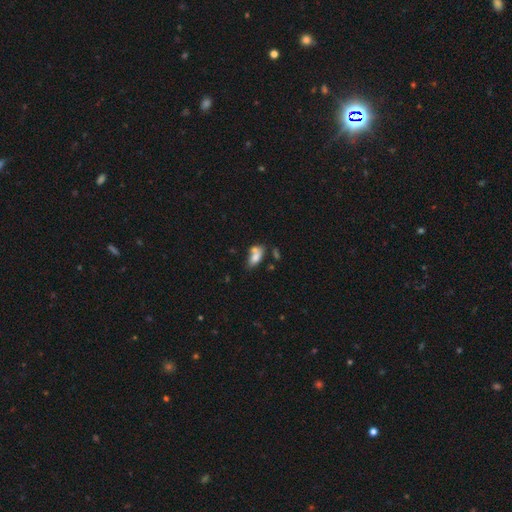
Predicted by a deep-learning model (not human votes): This appears to be a smooth galaxy with no disk features (75%) that is in between round and cigar-shaped (85%). Merging: merger (41%).